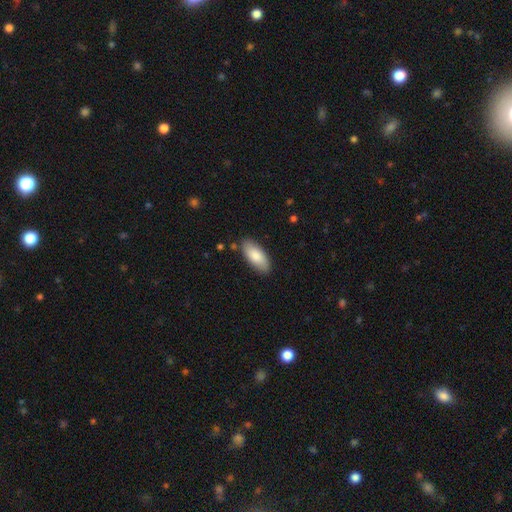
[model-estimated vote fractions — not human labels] A smooth galaxy with no disk features (85%) that is in between round and cigar-shaped (86%). Merging: none (85%).